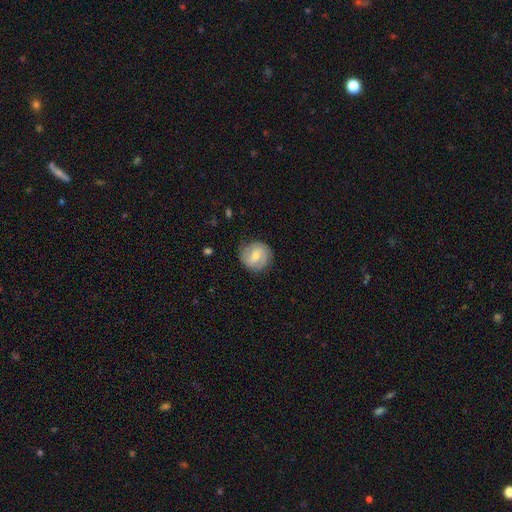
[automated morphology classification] featured or disk 50%, smooth 44%, star or artifact 6%. Down the decision tree: merging — none (81%).